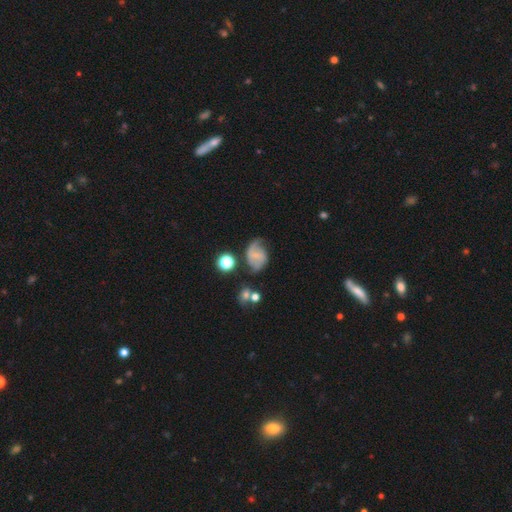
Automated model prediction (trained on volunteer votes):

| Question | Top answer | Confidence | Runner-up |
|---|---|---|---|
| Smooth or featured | featured or disk | 56% | smooth (33%) |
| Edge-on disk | no | 97% | yes (3%) |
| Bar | no | 49% | weak (40%) |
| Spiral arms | yes | 85% | no (15%) |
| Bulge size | small | 50% | none (36%) |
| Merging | none | 48% | minor disturbance (29%) |